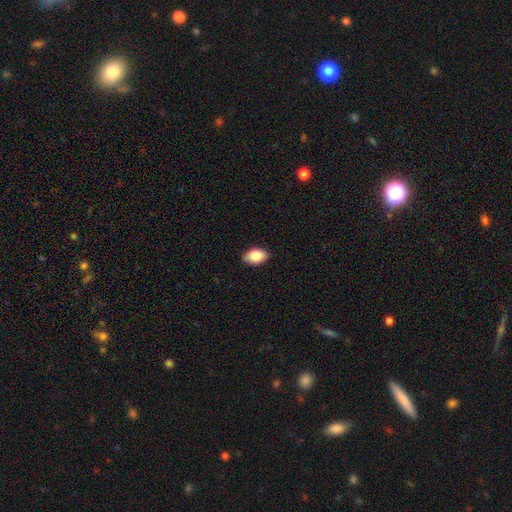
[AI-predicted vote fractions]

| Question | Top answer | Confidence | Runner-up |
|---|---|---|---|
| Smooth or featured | smooth | 84% | featured or disk (9%) |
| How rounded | in between | 88% | round (11%) |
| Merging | none | 87% | minor disturbance (10%) |